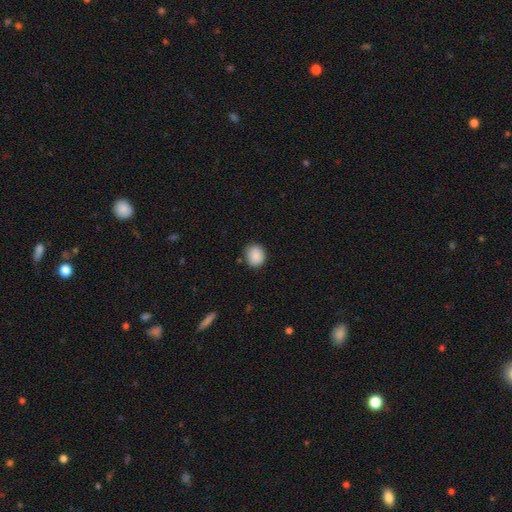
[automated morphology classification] smooth-or-featured: smooth: 88% | star or artifact: 8% | featured or disk: 4%
  how-rounded: round: 72% | in between: 27% | cigar-shaped: 1%
  merging: none: 81% | minor disturbance: 15% | major disturbance: 3% | merger: 2%